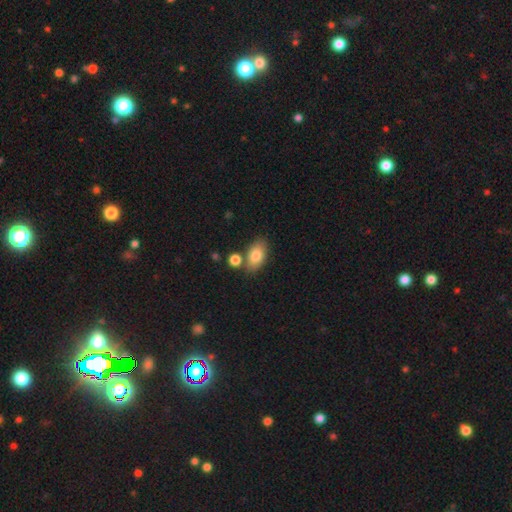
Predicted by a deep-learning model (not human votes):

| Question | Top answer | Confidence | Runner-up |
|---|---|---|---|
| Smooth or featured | smooth | 81% | featured or disk (11%) |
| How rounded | in between | 89% | round (9%) |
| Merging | none | 71% | merger (14%) |